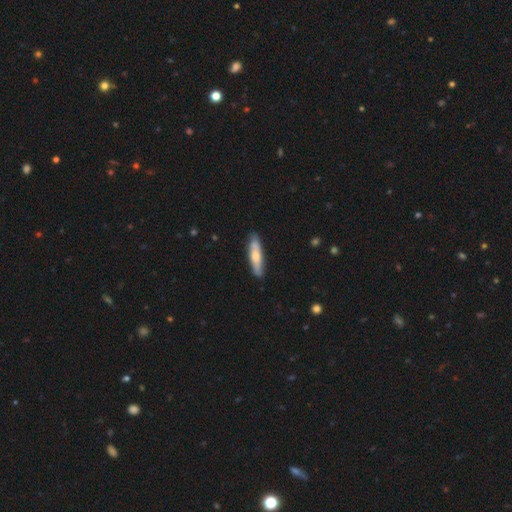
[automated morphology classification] Smooth or featured? smooth (60%)
How rounded? cigar-shaped (78%)
Merging? none (84%)